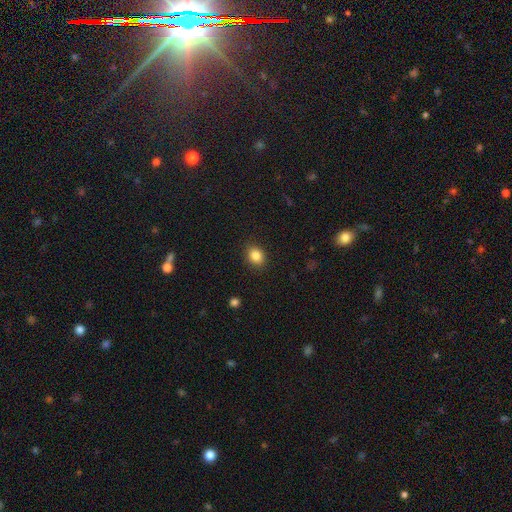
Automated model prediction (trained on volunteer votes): This is clearly a smooth galaxy (85%). How rounded: possibly round (58%). Merging: clearly none (89%).